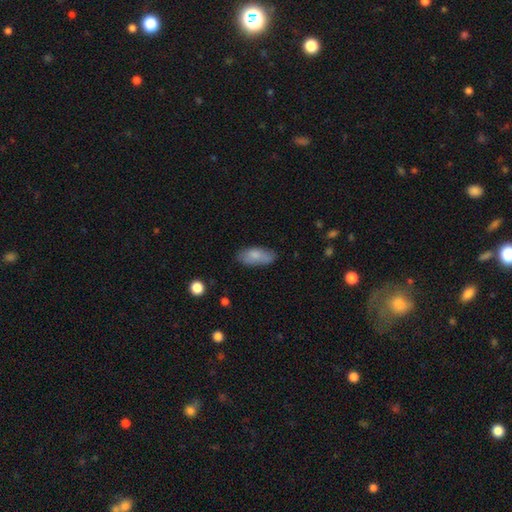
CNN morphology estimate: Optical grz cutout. It shows a smooth galaxy with no disk features (80%) that is in between round and cigar-shaped (87%). Merging: none (69%).